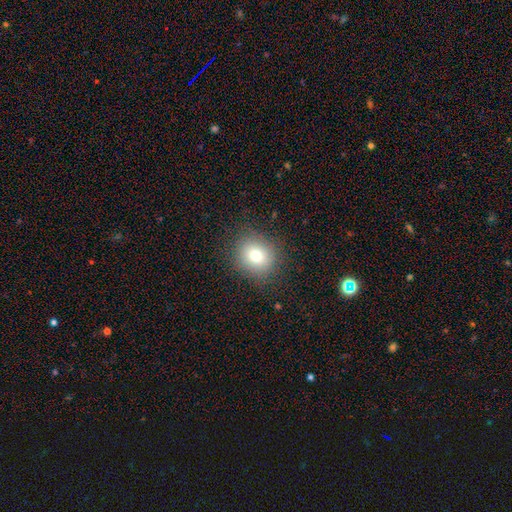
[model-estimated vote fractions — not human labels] smooth-or-featured: smooth: 75% | star or artifact: 14% | featured or disk: 11%
  how-rounded: round: 80% | in between: 19% | cigar-shaped: 1%
  merging: none: 87% | minor disturbance: 9% | major disturbance: 4% | merger: 1%